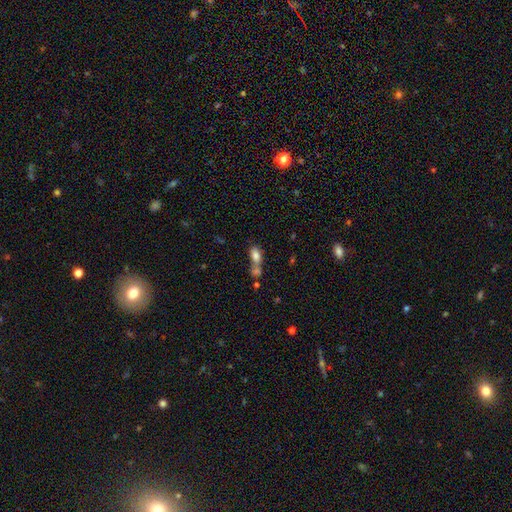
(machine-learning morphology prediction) A smooth galaxy with no disk features (76%) that is in between round and cigar-shaped (82%).

Vote fractions:
- Smooth or featured? smooth: 76% / featured or disk: 13% / star or artifact: 11%
- How rounded? in between: 82% / cigar-shaped: 9% / round: 8%
- Merging? merger: 58% / none: 25% / minor disturbance: 10% / major disturbance: 7%